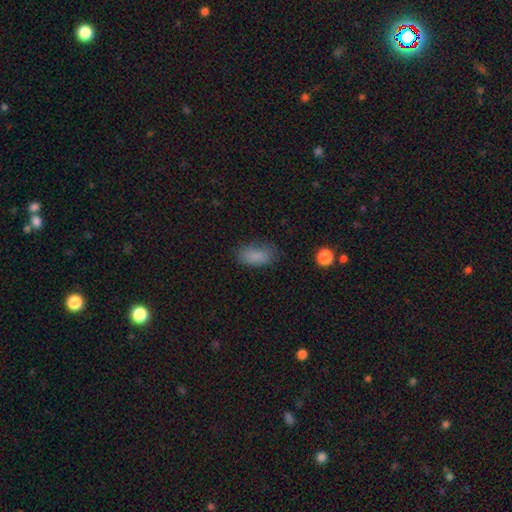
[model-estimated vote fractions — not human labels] Smooth or featured: smooth — 84% (star or artifact — 10%)
How rounded: in between — 91% (round — 5%)
Merging: none — 72% (minor disturbance — 20%)